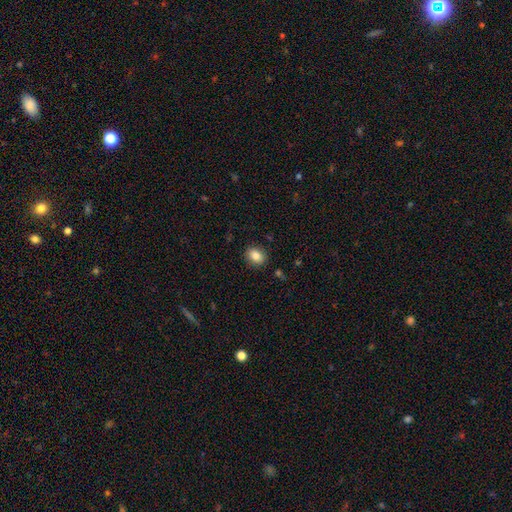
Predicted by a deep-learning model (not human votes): smooth 84%, star or artifact 9%, featured or disk 7%. Down the decision tree: how rounded — in between (51%); merging — none (89%).